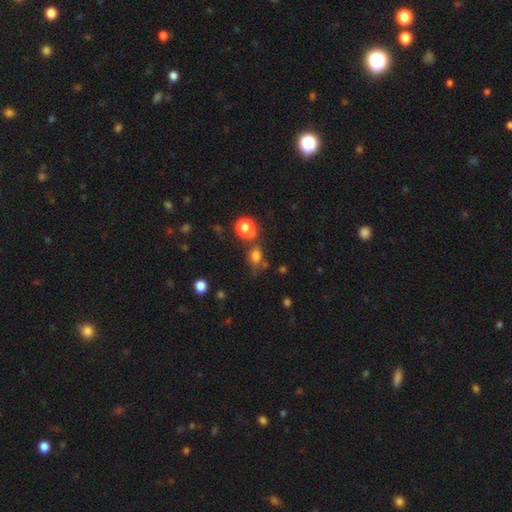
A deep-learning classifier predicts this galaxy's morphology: smooth_or_featured: smooth (p=0.73) [alt: star or artifact p=0.18]
how_rounded: in between (p=0.59) [alt: round p=0.39]
merging: none (p=0.57) [alt: minor disturbance p=0.18]